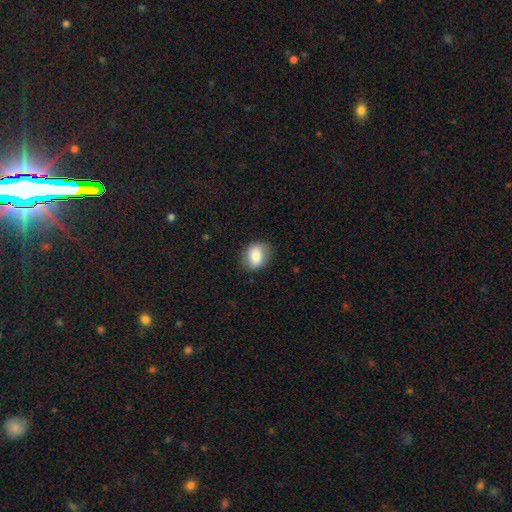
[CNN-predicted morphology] This appears to be a smooth galaxy with no disk features (78%) that is in between round and cigar-shaped (60%). Merging: none (80%).